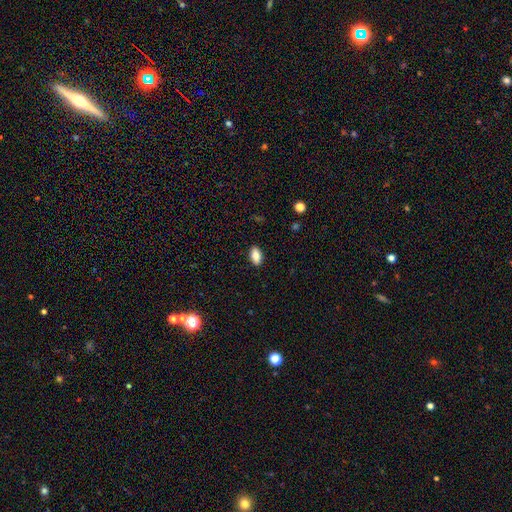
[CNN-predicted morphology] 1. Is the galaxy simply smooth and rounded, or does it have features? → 83% smooth, 10% featured or disk, 8% star or artifact.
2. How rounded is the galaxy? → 90% in between, 5% cigar-shaped, 4% round.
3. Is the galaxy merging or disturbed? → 89% none, 8% minor disturbance, 2% major disturbance, 1% merger.